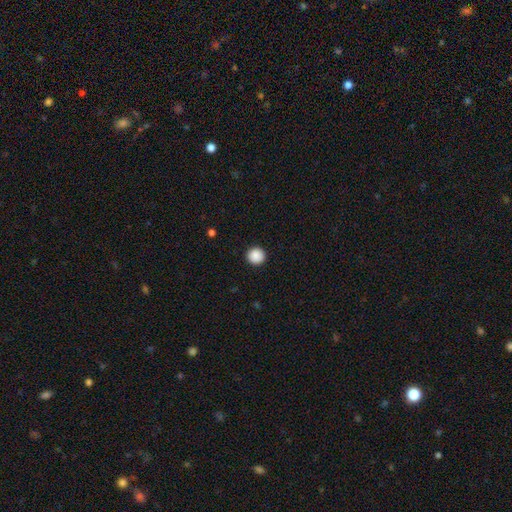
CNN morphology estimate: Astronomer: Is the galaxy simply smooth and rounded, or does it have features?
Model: smooth — 89%.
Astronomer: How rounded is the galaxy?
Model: round — 95%.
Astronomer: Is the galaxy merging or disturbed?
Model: none — 93%.